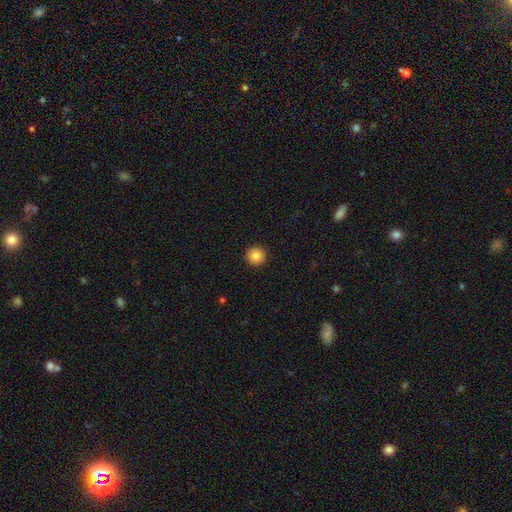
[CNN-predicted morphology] This appears to be a smooth galaxy with no disk features (86%) that is round (96%). Merging: none (93%).